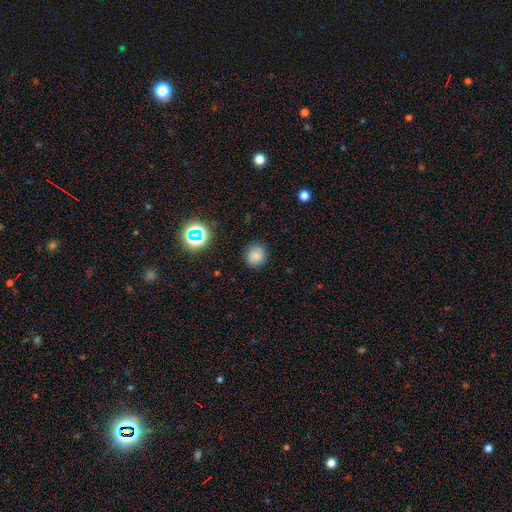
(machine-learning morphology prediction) type=smooth (79%); roundness=round (83%); merging=none (86%).